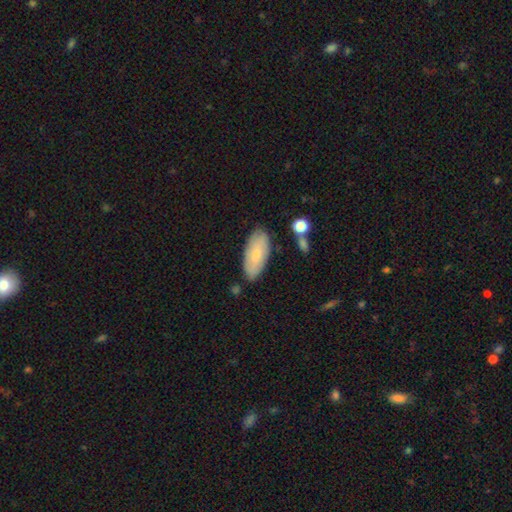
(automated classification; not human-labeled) A smooth galaxy with no disk features (70%) that is in between round and cigar-shaped (90%). Merging: none (78%).